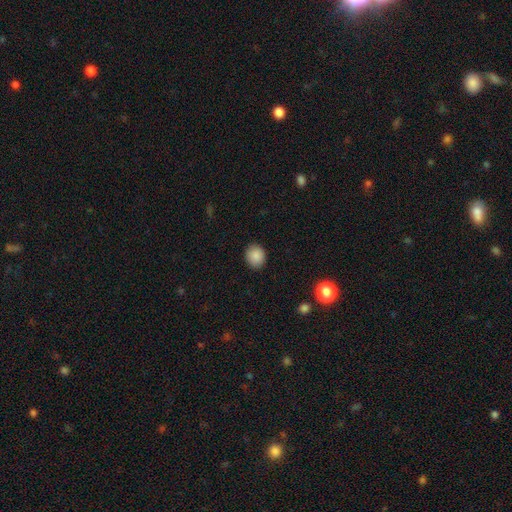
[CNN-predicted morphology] smooth 88%, star or artifact 9%, featured or disk 3%. Down the decision tree: how rounded — round (69%); merging — none (89%).